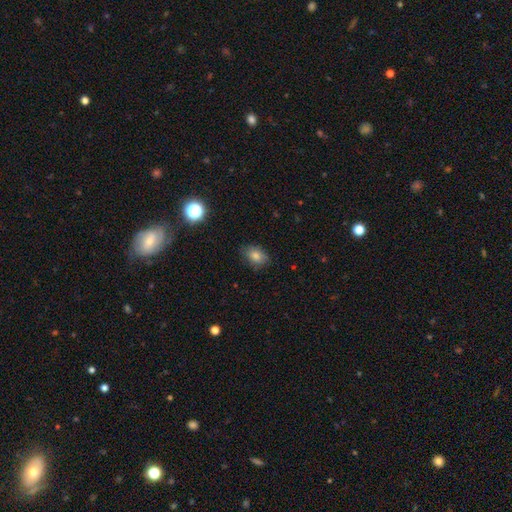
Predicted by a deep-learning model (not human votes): The model was most divided on "how rounded": in between: 73%, round: 25%, cigar-shaped: 1%. More confident: merging — none (78%); smooth or featured — smooth (77%).